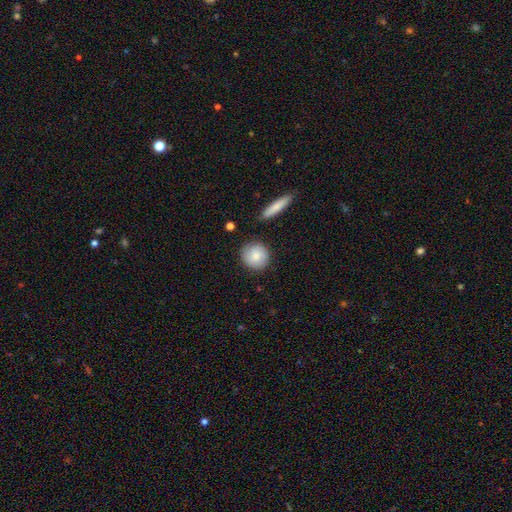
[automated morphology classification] smooth 80%, featured or disk 14%, star or artifact 6%. Down the decision tree: how rounded — round (91%); merging — none (84%).